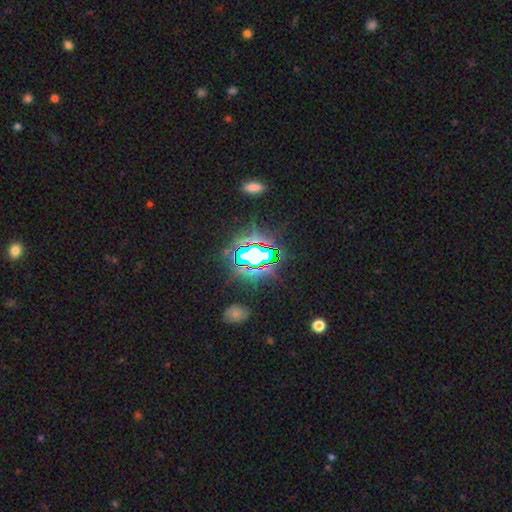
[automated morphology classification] Smooth or featured? Predicted: star or artifact (p=0.75).